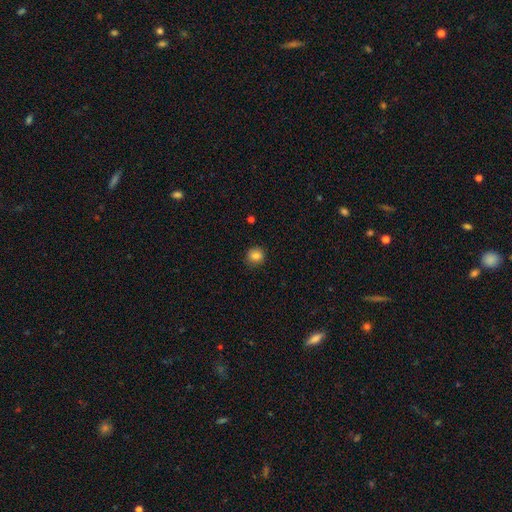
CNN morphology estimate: smooth 84%, star or artifact 11%, featured or disk 6%. Down the decision tree: how rounded — round (90%); merging — none (89%).